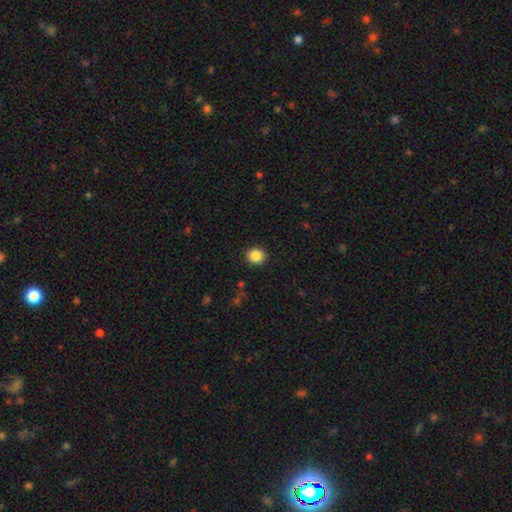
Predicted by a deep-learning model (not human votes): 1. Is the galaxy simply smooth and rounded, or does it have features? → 87% smooth, 10% star or artifact, 4% featured or disk.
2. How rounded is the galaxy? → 86% round, 13% in between, 1% cigar-shaped.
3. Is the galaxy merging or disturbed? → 91% none, 6% minor disturbance, 2% major disturbance, 1% merger.